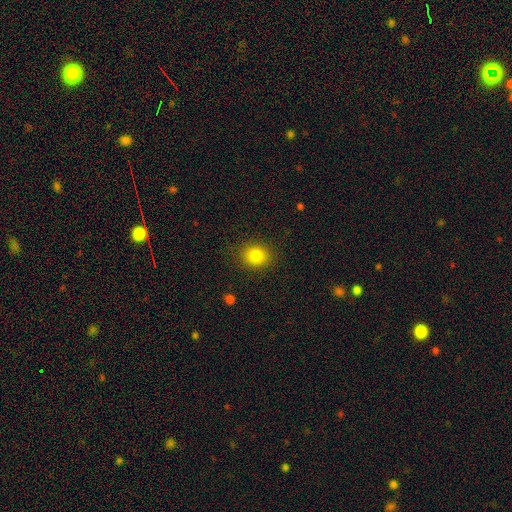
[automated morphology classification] Smooth or featured? smooth (83%)
How rounded? round (74%)
Merging? none (89%)